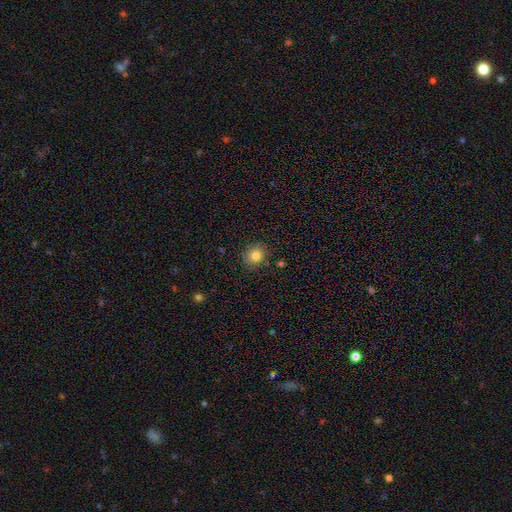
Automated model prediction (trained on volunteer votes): Overall: smooth (80%). How rounded: round (77%). Merging: none (86%).